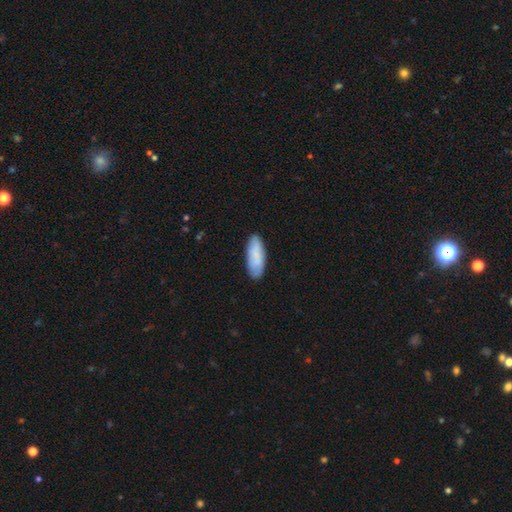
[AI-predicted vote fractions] This appears to be a smooth galaxy with no disk features (80%) that is in between round and cigar-shaped (76%). Merging: none (84%).